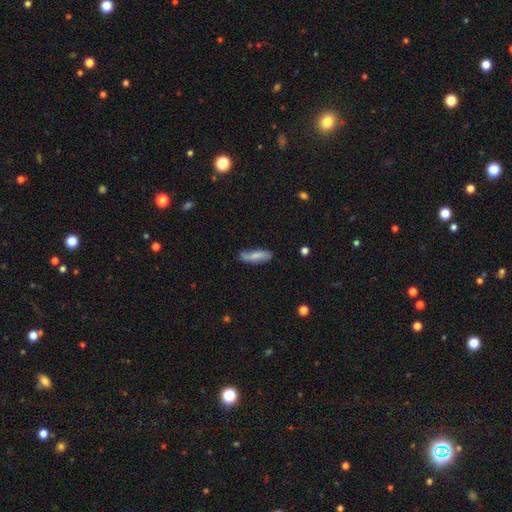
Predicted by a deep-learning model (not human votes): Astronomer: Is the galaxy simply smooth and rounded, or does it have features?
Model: smooth — 68%.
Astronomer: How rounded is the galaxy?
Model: cigar-shaped — 50% (runner-up: in between, 48%).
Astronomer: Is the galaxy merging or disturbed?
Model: none — 64%.